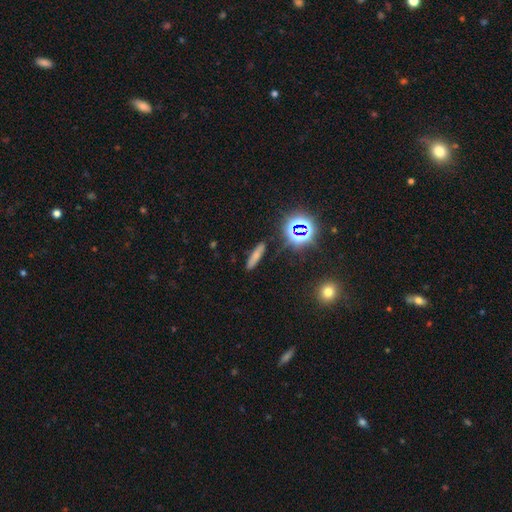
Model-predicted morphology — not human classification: smooth_or_featured: smooth (p=0.66) [alt: star or artifact p=0.20]
how_rounded: cigar-shaped (p=0.76) [alt: in between p=0.19]
merging: none (p=0.84) [alt: minor disturbance p=0.10]